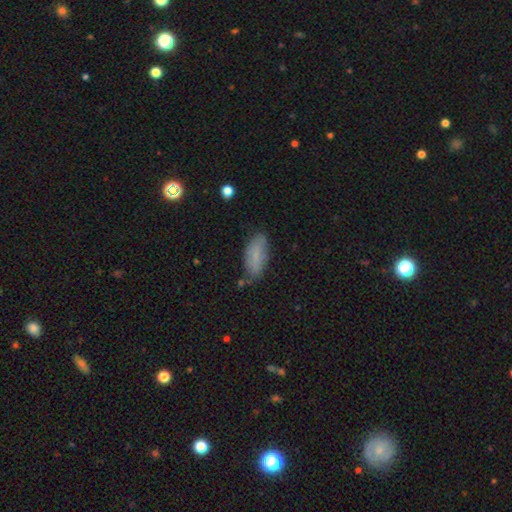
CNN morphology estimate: The model was most divided on "merging": none: 69%, minor disturbance: 22%, major disturbance: 5%, merger: 3%. More confident: how rounded — in between (80%); smooth or featured — smooth (75%).